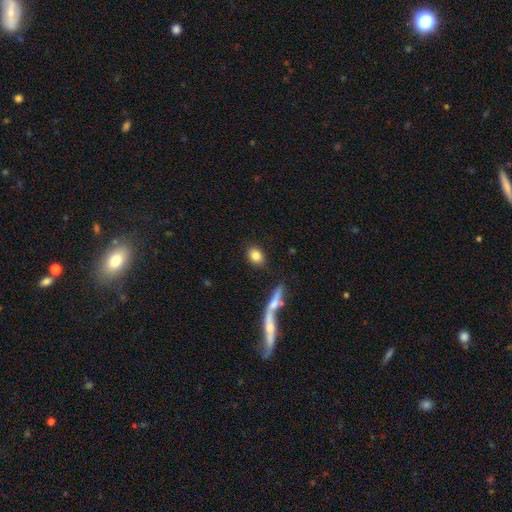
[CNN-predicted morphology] smooth-or-featured: smooth: 82% | featured or disk: 10% | star or artifact: 8%
  how-rounded: in between: 65% | round: 31% | cigar-shaped: 4%
  merging: none: 84% | minor disturbance: 9% | merger: 5% | major disturbance: 3%